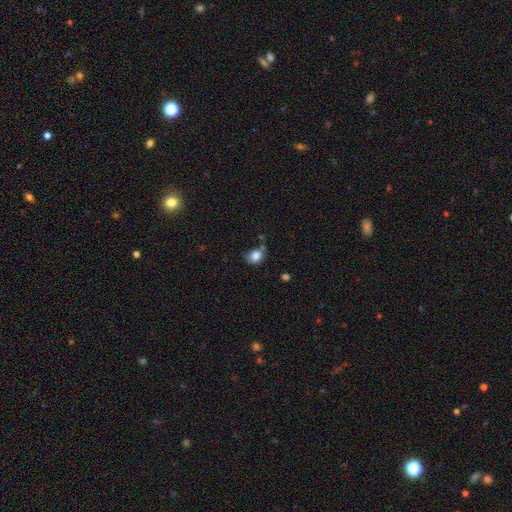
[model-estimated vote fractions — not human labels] This is clearly a smooth galaxy (83%). How rounded: possibly round (57%). Merging: possibly none (58%).